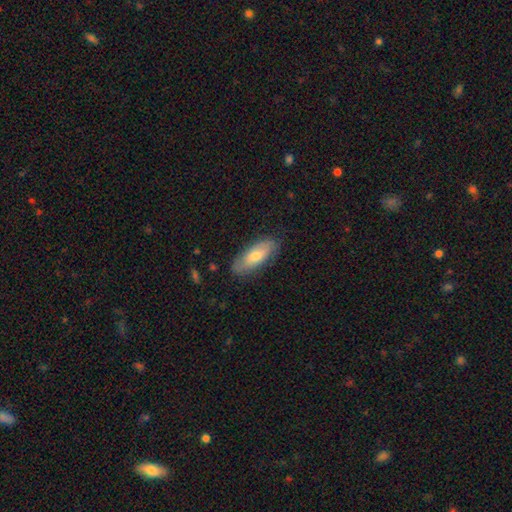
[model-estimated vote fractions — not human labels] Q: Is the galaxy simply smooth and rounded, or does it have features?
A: smooth — 65%.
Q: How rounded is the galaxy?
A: in between — 74%.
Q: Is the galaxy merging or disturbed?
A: none — 81%.